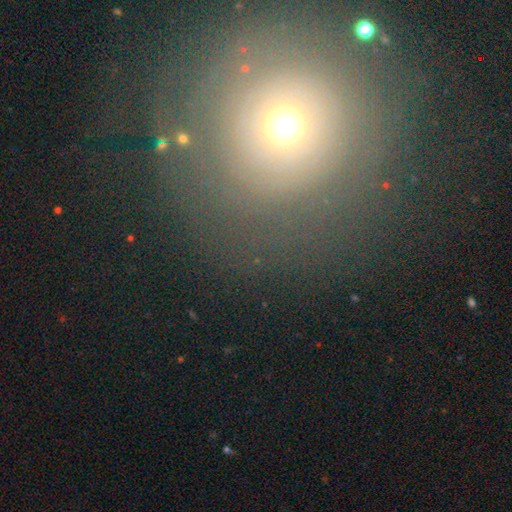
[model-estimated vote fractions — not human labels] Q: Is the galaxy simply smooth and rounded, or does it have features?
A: smooth — 45%.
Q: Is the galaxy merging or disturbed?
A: none — 76%.